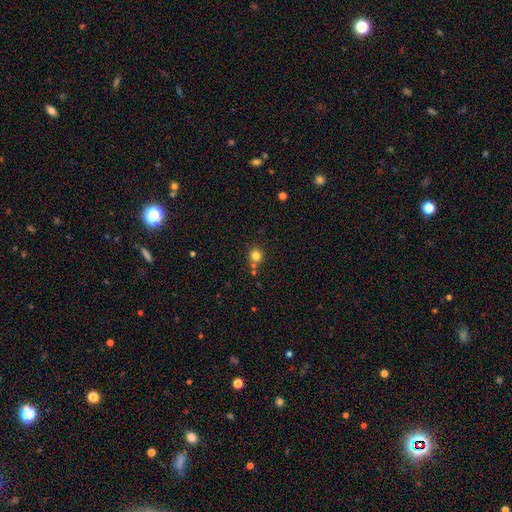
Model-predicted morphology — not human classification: smooth-or-featured: smooth: 80% | star or artifact: 14% | featured or disk: 7%
  how-rounded: round: 91% | in between: 8% | cigar-shaped: 1%
  merging: none: 73% | merger: 15% | minor disturbance: 9% | major disturbance: 3%